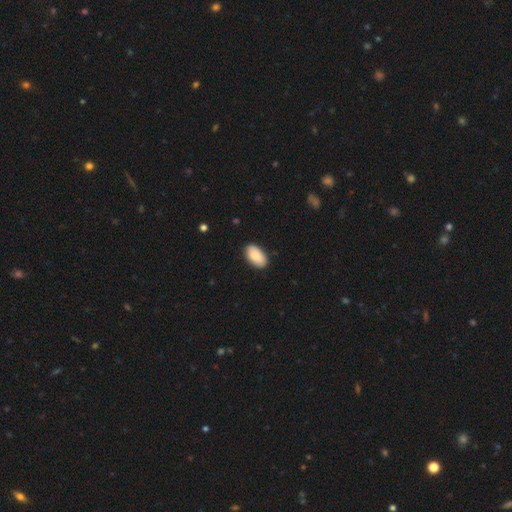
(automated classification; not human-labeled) Smooth or featured?
  - smooth: 84% *
  - featured or disk: 10%
  - star or artifact: 6%
How rounded?
  - in between: 95% *
  - round: 4%
  - cigar-shaped: 2%
Merging?
  - none: 87% *
  - minor disturbance: 11%
  - major disturbance: 2%
  - merger: 1%